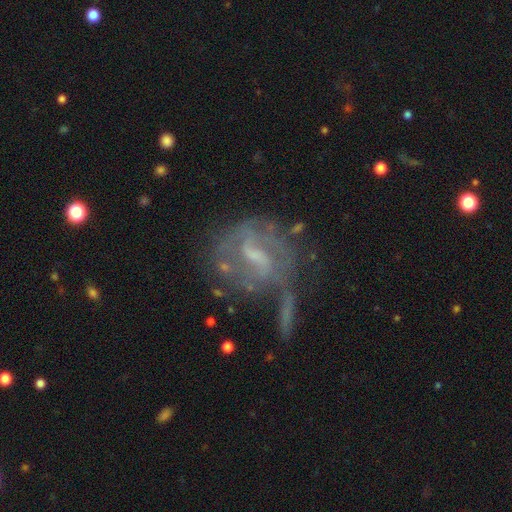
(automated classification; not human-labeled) This appears to be a featured or disk galaxy (76%) with a weak bar (54%), 2 (40%) medium (41%) spiral arms (76%) and a small central bulge (45%). Merging: none (41%).